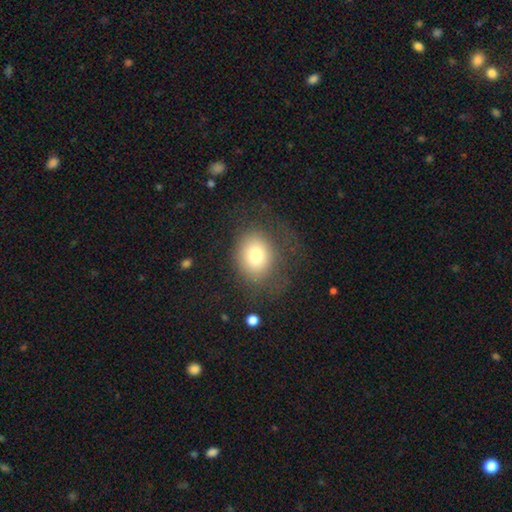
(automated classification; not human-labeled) Q: Smooth or featured?
A: smooth (75%); runner-up: featured or disk (14%)
Q: How rounded?
A: round (59%); runner-up: in between (40%)
Q: Merging?
A: none (66%); runner-up: minor disturbance (17%)